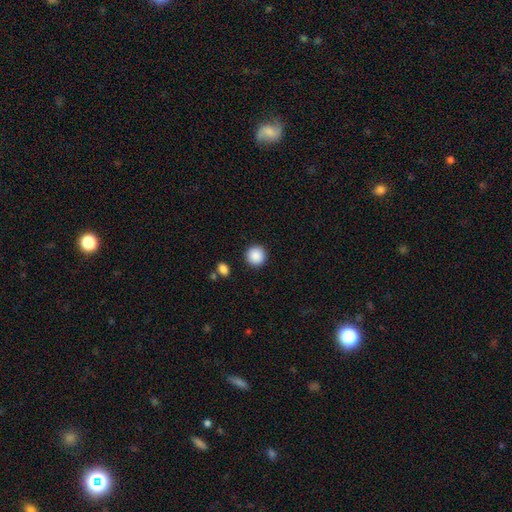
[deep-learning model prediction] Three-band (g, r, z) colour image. It shows a smooth galaxy with no disk features (89%) that is round (94%). Merging: none (91%).